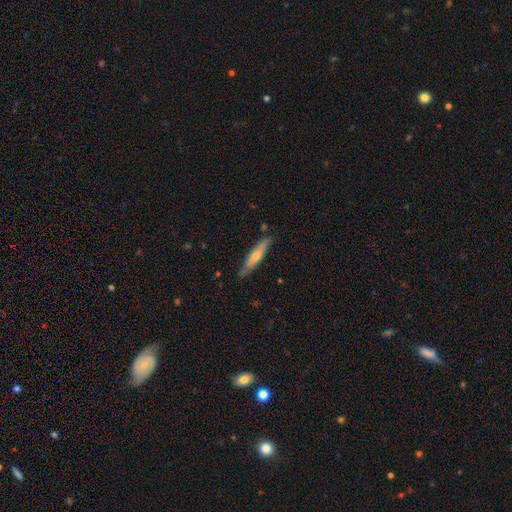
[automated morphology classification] Smooth or featured: featured or disk — 47% (tied with smooth — 47%)
Merging: none — 84% (minor disturbance — 13%)